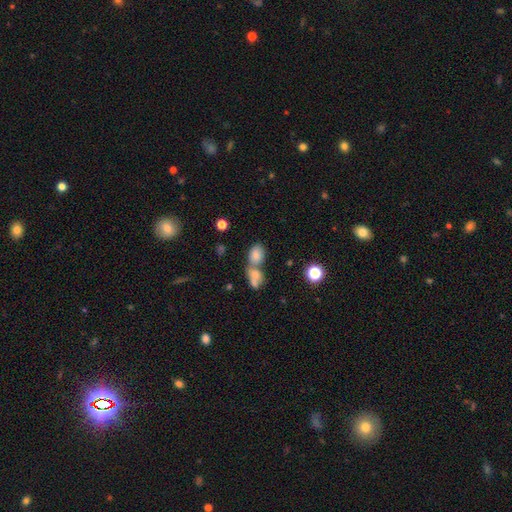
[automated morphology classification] This is likely a smooth galaxy (72%). How rounded: likely in between (65%). Merging: possibly merger (54%).